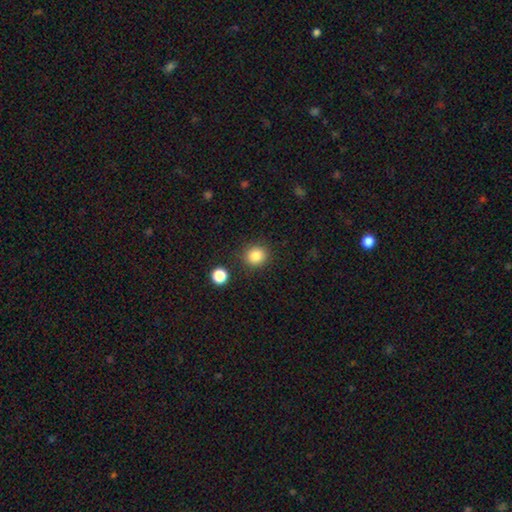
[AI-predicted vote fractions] Q: Smooth or featured?
A: smooth (85%); runner-up: star or artifact (10%)
Q: How rounded?
A: round (85%); runner-up: in between (14%)
Q: Merging?
A: none (86%); runner-up: minor disturbance (8%)